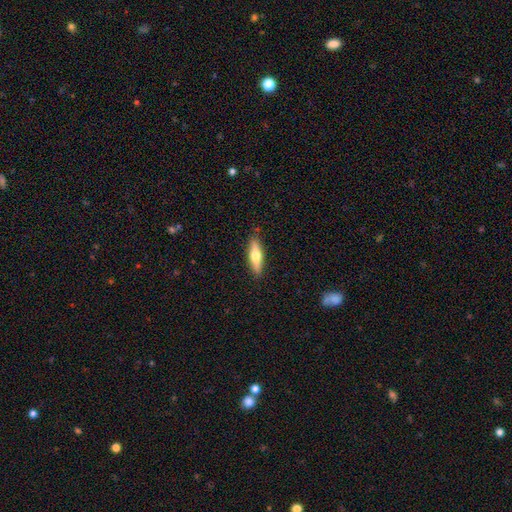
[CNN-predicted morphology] Overall: smooth (54%; featured or disk 41%). How rounded: cigar-shaped (64%; in between 34%). Merging: none (88%).